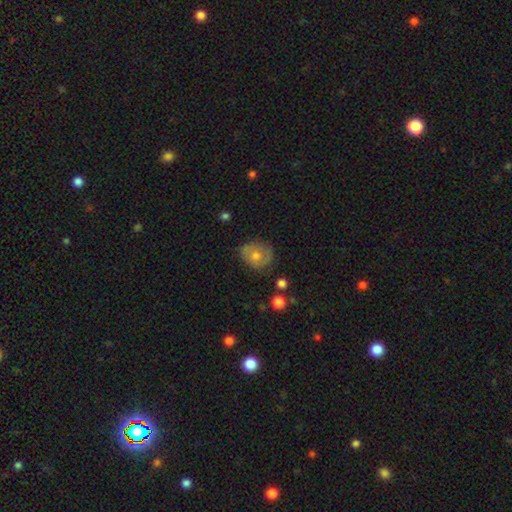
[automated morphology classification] smooth_or_featured: smooth (p=0.51) [alt: featured or disk p=0.40]
how_rounded: round (p=0.67) [alt: in between p=0.32]
merging: none (p=0.71) [alt: minor disturbance p=0.21]